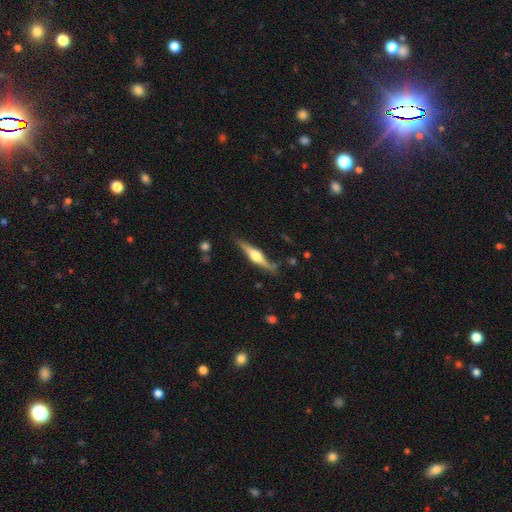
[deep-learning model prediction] Smooth or featured? featured or disk (75%)
Edge-on disk? yes (97%)
Edge-on bulge? rounded (93%)
Merging? none (84%)